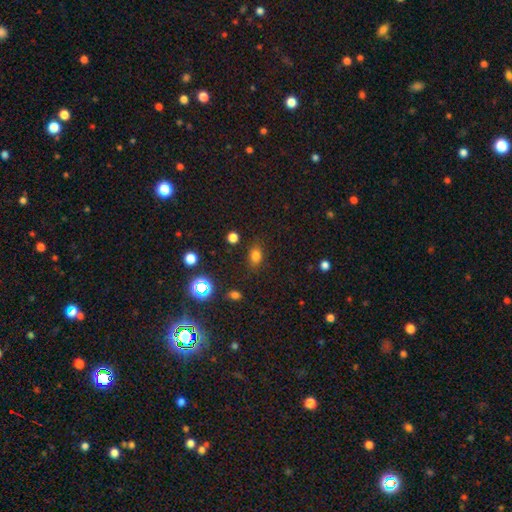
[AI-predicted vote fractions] smooth_or_featured: smooth (p=0.75) [alt: star or artifact p=0.17]
how_rounded: in between (p=0.69) [alt: round p=0.29]
merging: none (p=0.82) [alt: minor disturbance p=0.12]